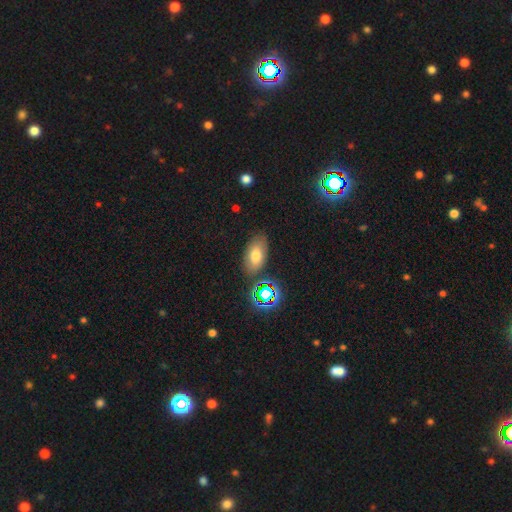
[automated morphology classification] A smooth galaxy with no disk features (68%) that is in between round and cigar-shaped (89%).

Vote fractions:
- Smooth or featured? smooth: 68% / star or artifact: 16% / featured or disk: 16%
- How rounded? in between: 89% / round: 8% / cigar-shaped: 3%
- Merging? none: 77% / minor disturbance: 14% / merger: 4% / major disturbance: 4%